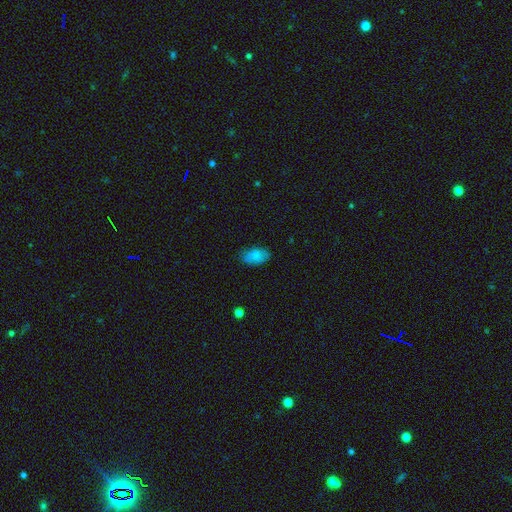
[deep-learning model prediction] A smooth galaxy with no disk features (78%) that is in between round and cigar-shaped (93%). Merging: none (79%).